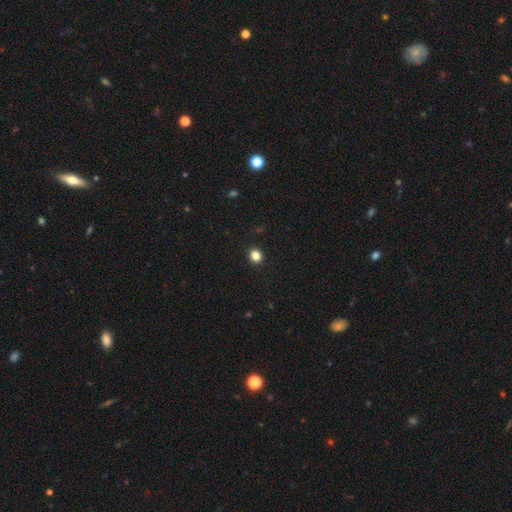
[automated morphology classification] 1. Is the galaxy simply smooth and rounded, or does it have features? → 83% smooth, 13% star or artifact, 4% featured or disk.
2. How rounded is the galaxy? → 73% round, 26% in between, 1% cigar-shaped.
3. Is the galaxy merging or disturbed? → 92% none, 6% minor disturbance, 2% major disturbance, 1% merger.